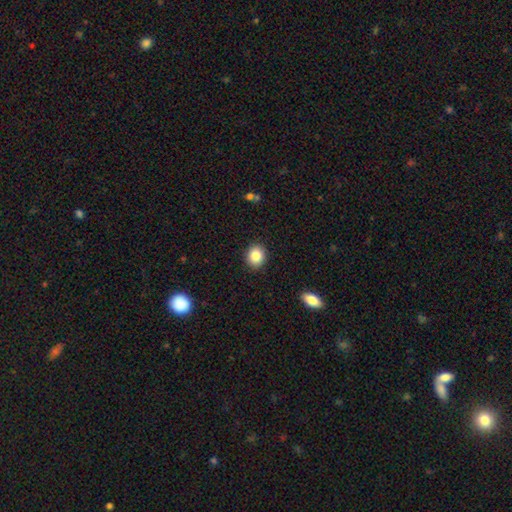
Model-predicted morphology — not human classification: Smooth or featured? smooth (86%)
How rounded? round (73%)
Merging? none (91%)